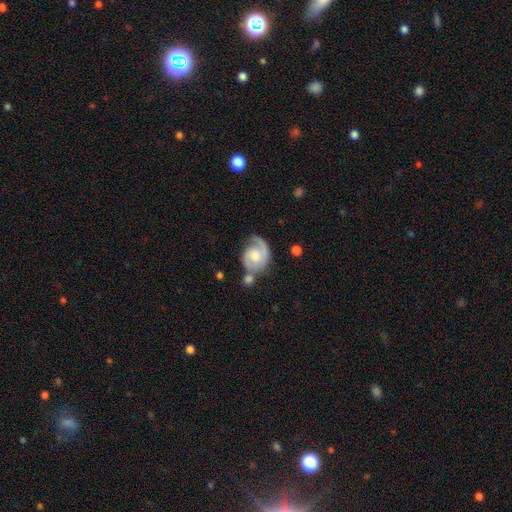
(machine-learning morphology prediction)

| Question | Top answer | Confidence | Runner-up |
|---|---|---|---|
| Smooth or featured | featured or disk | 80% | smooth (15%) |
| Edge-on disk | no | 98% | yes (2%) |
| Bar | no | 65% | weak (30%) |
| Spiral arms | yes | 95% | no (5%) |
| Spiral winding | tight | 43% | medium (42%) |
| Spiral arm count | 2 | 63% | 1 (27%) |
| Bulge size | moderate | 59% | small (23%) |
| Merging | none | 52% | minor disturbance (22%) |